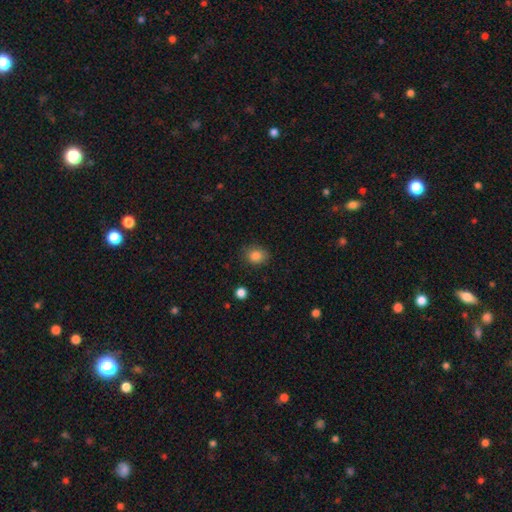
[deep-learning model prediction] Morphology: type=smooth (85%); roundness=round (55%); merging=none (80%).